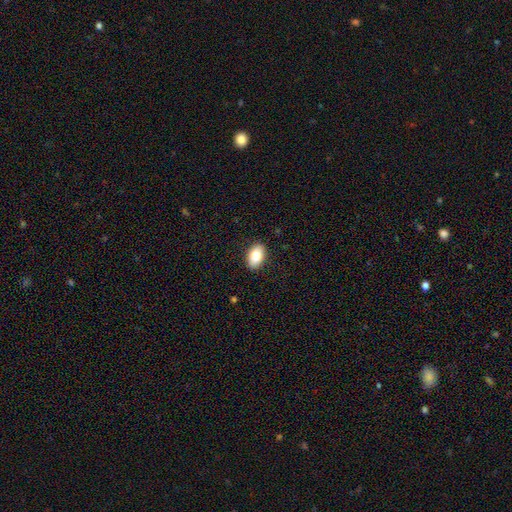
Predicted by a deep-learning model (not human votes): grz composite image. It shows a smooth galaxy with no disk features (81%) that is in between round and cigar-shaped (90%). Merging: none (89%).